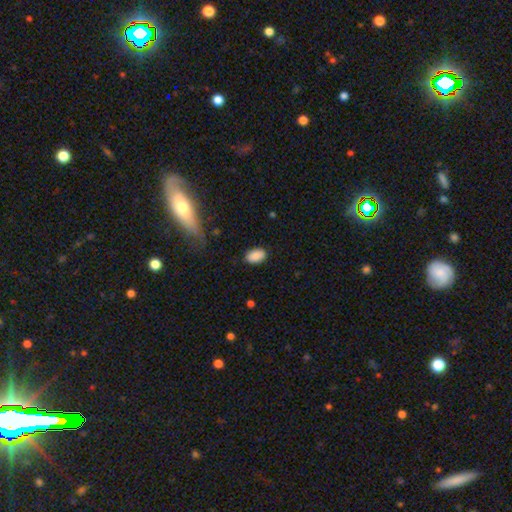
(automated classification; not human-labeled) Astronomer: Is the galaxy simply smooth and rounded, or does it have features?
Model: smooth — 88%.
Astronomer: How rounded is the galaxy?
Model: in between — 91%.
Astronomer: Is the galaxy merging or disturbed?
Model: none — 85%.